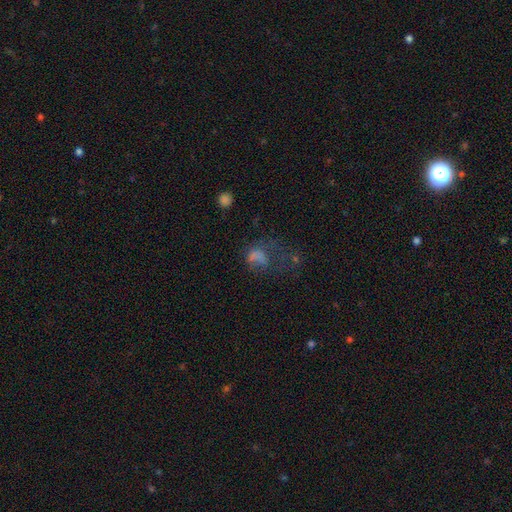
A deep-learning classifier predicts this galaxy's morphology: Smooth or featured? Predicted: smooth (p=0.54). How rounded? Predicted: in between (p=0.64). Merging? Predicted: major disturbance (p=0.51).